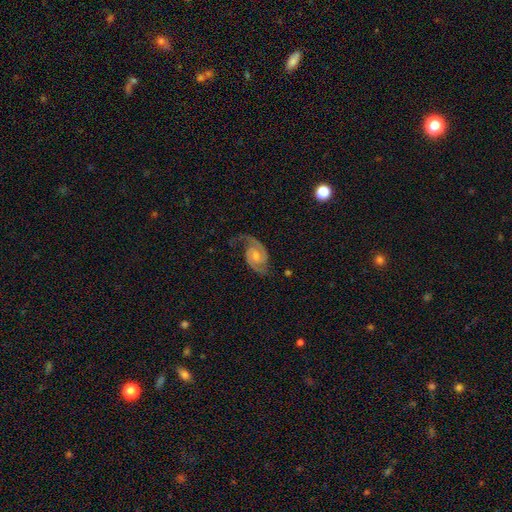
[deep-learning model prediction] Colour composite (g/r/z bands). It shows a featured or disk galaxy (90%) with no bar (51%), 2 (92%) medium (53%) spiral arms (98%) and a moderate central bulge (52%). Merging: none (72%).